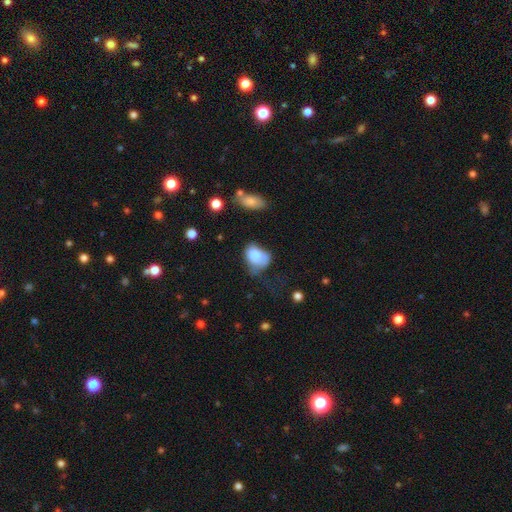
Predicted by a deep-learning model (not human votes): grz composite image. It shows a smooth galaxy with no disk features (73%) that is in between round and cigar-shaped (60%). Merging: minor disturbance (34%).